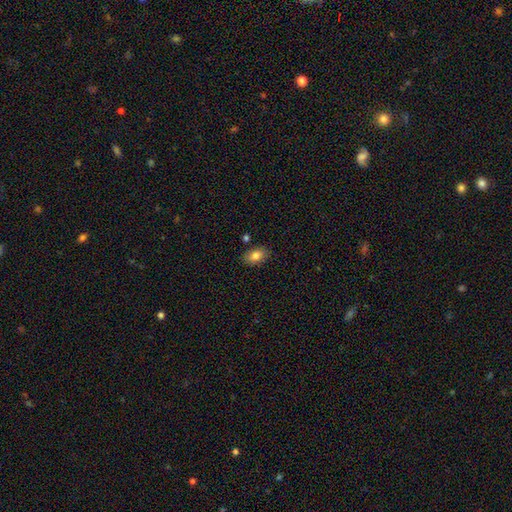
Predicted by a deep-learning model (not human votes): A smooth galaxy with no disk features (81%) that is in between round and cigar-shaped (89%).

Vote fractions:
- Smooth or featured? smooth: 81% / featured or disk: 11% / star or artifact: 8%
- How rounded? in between: 89% / round: 9% / cigar-shaped: 2%
- Merging? none: 83% / minor disturbance: 11% / merger: 4% / major disturbance: 2%